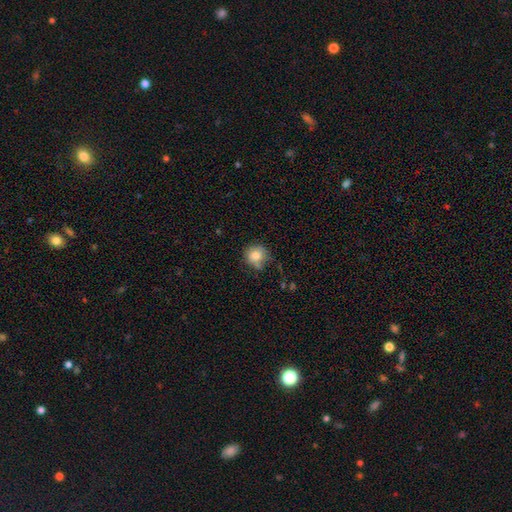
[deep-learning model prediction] Morphology: type=smooth (83%); roundness=round (87%); merging=none (64%).